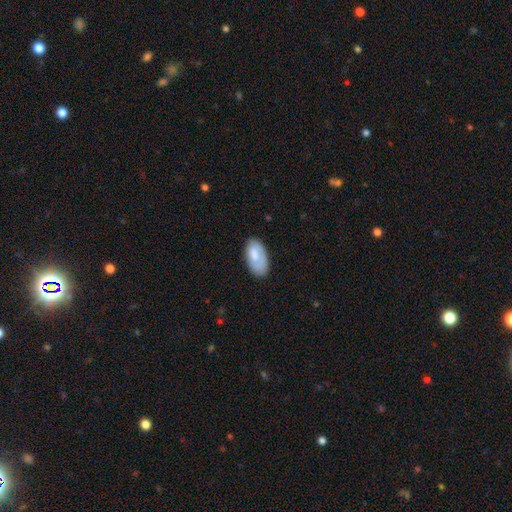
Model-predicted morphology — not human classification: This appears to be a smooth galaxy with no disk features (75%) that is in between round and cigar-shaped (95%). Merging: none (69%).